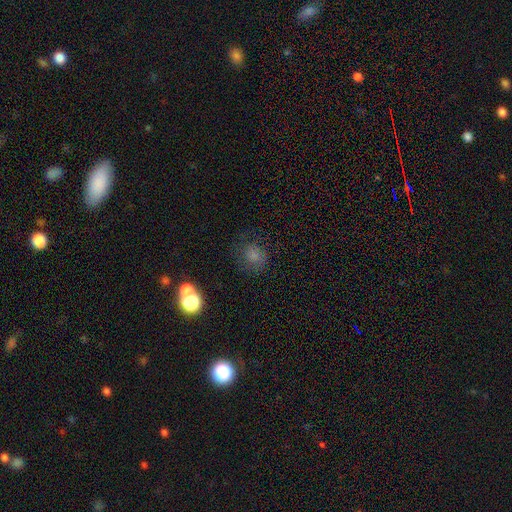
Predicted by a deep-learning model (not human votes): Morphology: type=smooth (71%); roundness=round (80%); merging=none (72%).